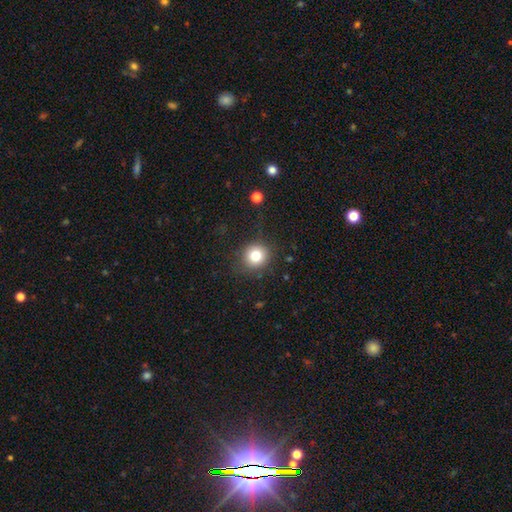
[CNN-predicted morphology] A smooth galaxy with no disk features (79%) that is round (90%). Merging: none (85%).